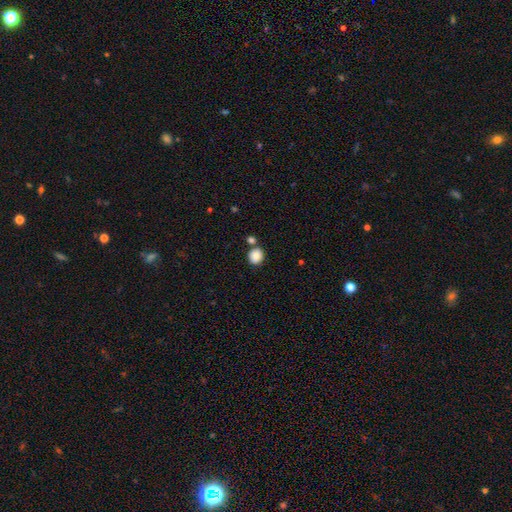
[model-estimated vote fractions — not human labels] smooth_or_featured: smooth (p=0.86) [alt: star or artifact p=0.09]
how_rounded: round (p=0.80) [alt: in between p=0.19]
merging: none (p=0.70) [alt: merger p=0.16]